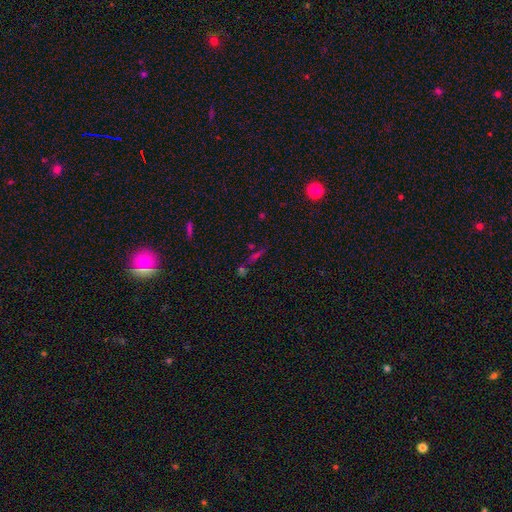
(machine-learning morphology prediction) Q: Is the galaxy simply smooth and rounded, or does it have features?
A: star or artifact — 50%.